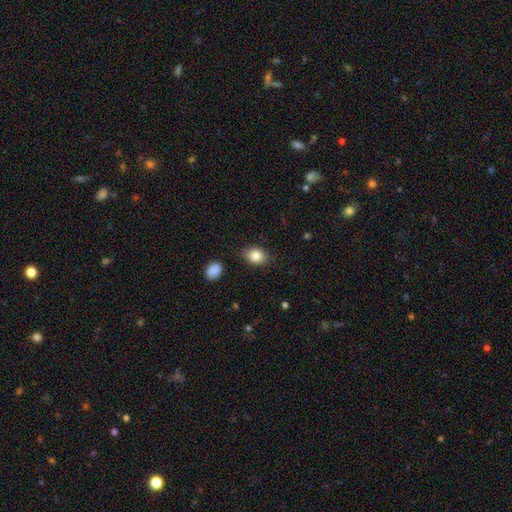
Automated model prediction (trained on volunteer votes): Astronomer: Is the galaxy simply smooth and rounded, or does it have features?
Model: smooth — 85%.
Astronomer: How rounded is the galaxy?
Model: in between — 65%.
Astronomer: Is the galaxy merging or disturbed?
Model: none — 83%.